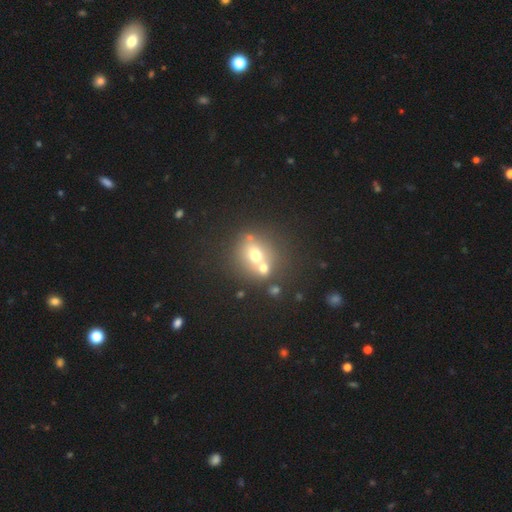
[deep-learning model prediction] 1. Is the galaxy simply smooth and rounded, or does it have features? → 61% smooth, 23% featured or disk, 16% star or artifact.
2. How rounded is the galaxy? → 70% round, 29% in between, 1% cigar-shaped.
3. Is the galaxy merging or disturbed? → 45% none, 42% merger, 9% minor disturbance, 4% major disturbance.